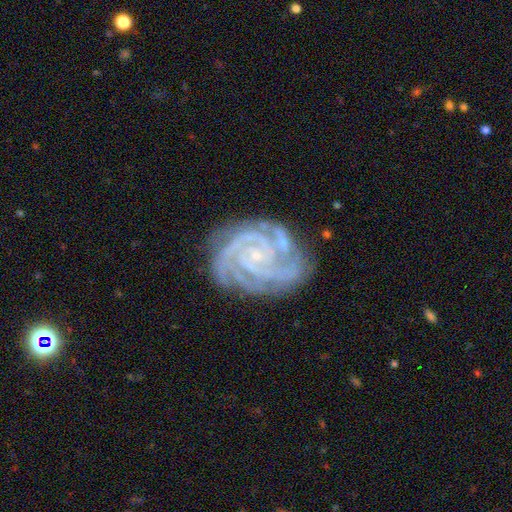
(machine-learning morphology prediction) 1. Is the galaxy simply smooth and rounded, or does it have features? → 91% featured or disk, 6% star or artifact, 3% smooth.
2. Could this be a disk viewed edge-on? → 98% no, 2% yes.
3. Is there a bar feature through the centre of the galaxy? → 68% no, 22% weak, 10% strong.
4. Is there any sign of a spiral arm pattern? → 99% yes, 1% no.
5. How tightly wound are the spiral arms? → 79% tight, 19% medium, 2% loose.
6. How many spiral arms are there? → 36% 3, 29% 4, 13% 2, 9% can't tell, 7% more than 4, 6% 1.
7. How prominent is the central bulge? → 85% small, 9% moderate, 4% none, 1% large, 1% dominant.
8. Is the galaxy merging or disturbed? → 74% none, 18% minor disturbance, 5% major disturbance, 2% merger.